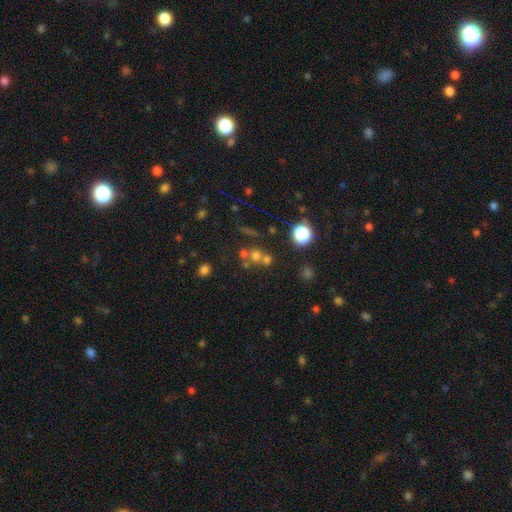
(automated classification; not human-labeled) smooth_or_featured: smooth (p=0.56) [alt: star or artifact p=0.28]
how_rounded: round (p=0.85) [alt: in between p=0.14]
merging: none (p=0.48) [alt: merger p=0.39]